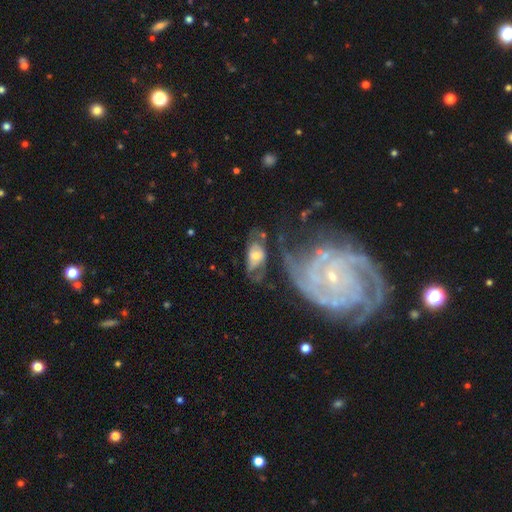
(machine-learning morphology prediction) This appears to be a featured or disk galaxy (57%) with no bar (65%), spiral arms (68%) and a moderate central bulge (53%). Merging: none (36%).